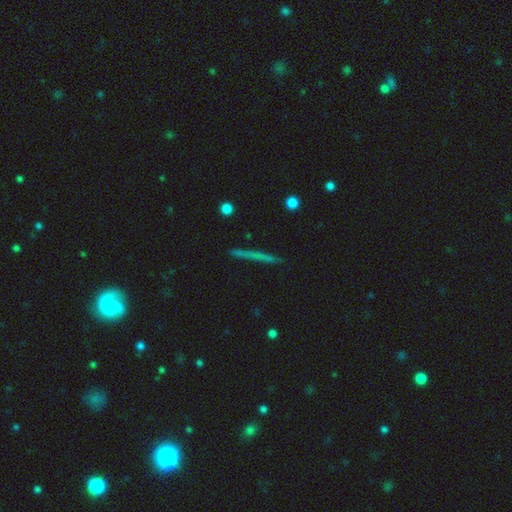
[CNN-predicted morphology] A smooth galaxy with no disk features (52%) that is cigar-shaped (94%).

Vote fractions:
- Smooth or featured? smooth: 52% / featured or disk: 39% / star or artifact: 9%
- How rounded? cigar-shaped: 94% / round: 3% / in between: 3%
- Merging? none: 90% / minor disturbance: 7% / major disturbance: 2% / merger: 1%